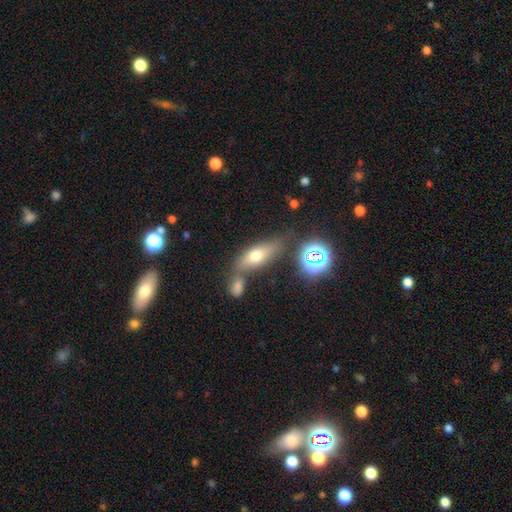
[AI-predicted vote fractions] This is likely a smooth galaxy (61%). How rounded: likely in between (64%). Merging: possibly none (53%).